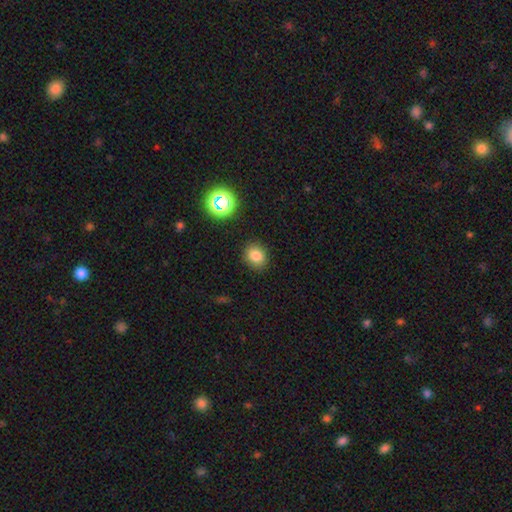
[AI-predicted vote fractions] smooth 80%, star or artifact 14%, featured or disk 6%. Down the decision tree: how rounded — round (66%); merging — none (88%).